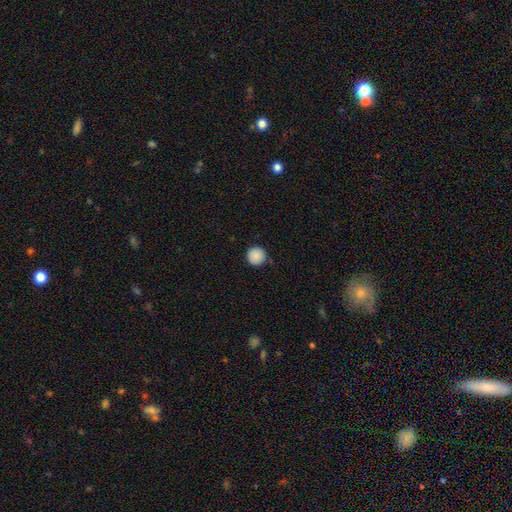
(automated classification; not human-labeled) The model was most divided on "smooth or featured": smooth: 89%, star or artifact: 9%, featured or disk: 3%. More confident: how rounded — round (96%); merging — none (89%).